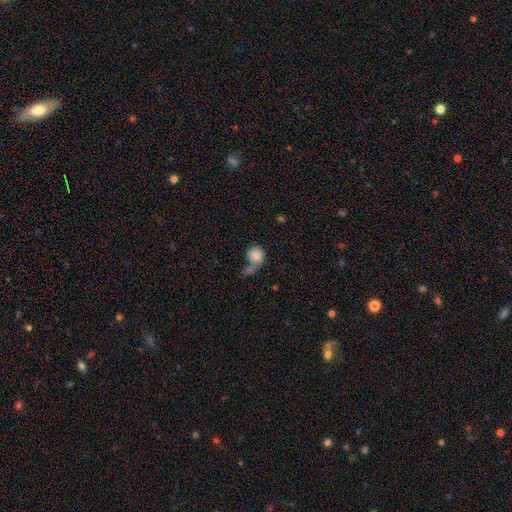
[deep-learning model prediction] Smooth or featured? Predicted: smooth (p=0.80). How rounded? Predicted: round (p=0.78). Merging? Predicted: merger (p=0.41).